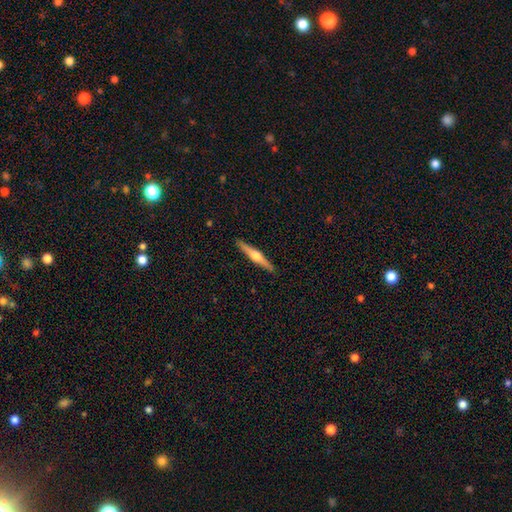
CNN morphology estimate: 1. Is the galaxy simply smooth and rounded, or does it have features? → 69% featured or disk, 26% smooth, 5% star or artifact.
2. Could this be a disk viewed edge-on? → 98% yes, 2% no.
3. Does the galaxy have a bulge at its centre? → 93% rounded, 4% boxy, 3% none.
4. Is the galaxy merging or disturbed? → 91% none, 6% minor disturbance, 1% major disturbance, 1% merger.